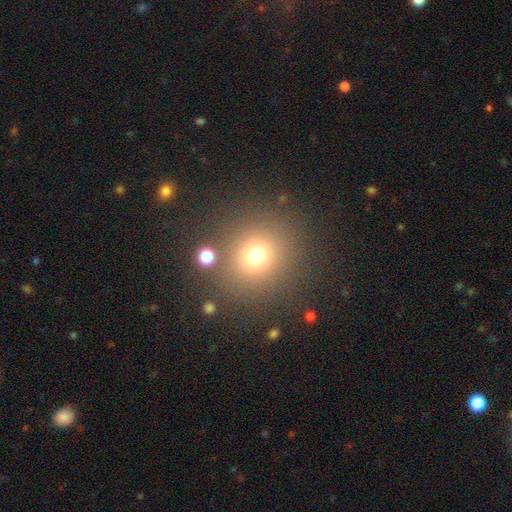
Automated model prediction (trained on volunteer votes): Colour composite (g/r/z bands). It shows a smooth galaxy with no disk features (71%) that is round (88%). Merging: none (83%).